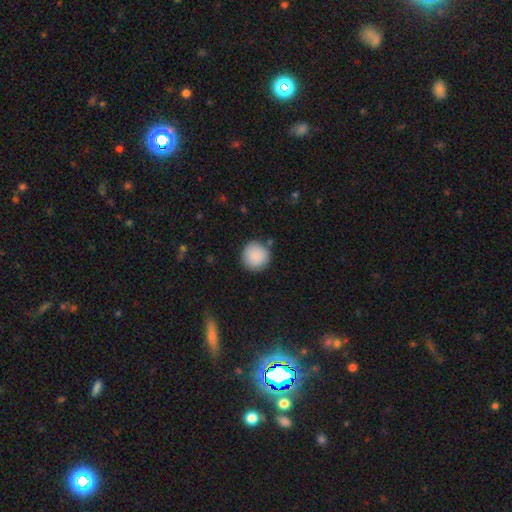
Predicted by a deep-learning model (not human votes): A smooth galaxy with no disk features (89%) that is round (94%). Merging: none (85%).